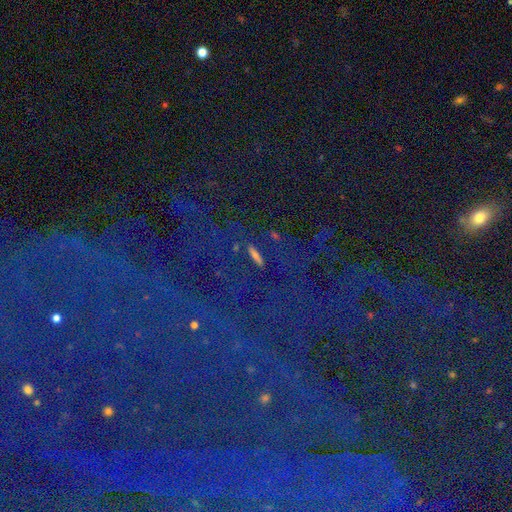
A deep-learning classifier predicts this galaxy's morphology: The model was most divided on "smooth or featured": star or artifact: 65%, smooth: 20%, featured or disk: 16%.